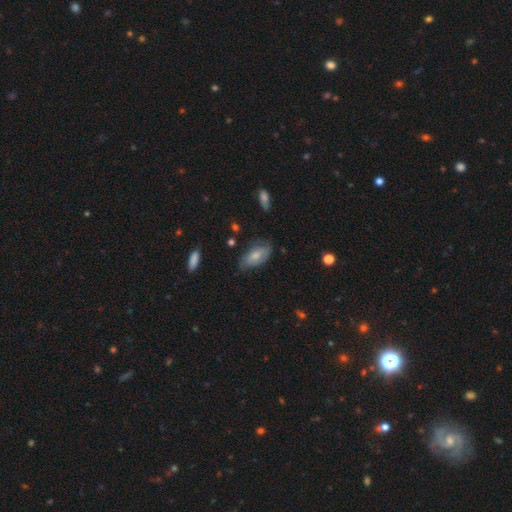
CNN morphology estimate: The model was most divided on "merging": none: 62%, minor disturbance: 29%, major disturbance: 7%, merger: 2%. More confident: how rounded — in between (90%); smooth or featured — smooth (64%).